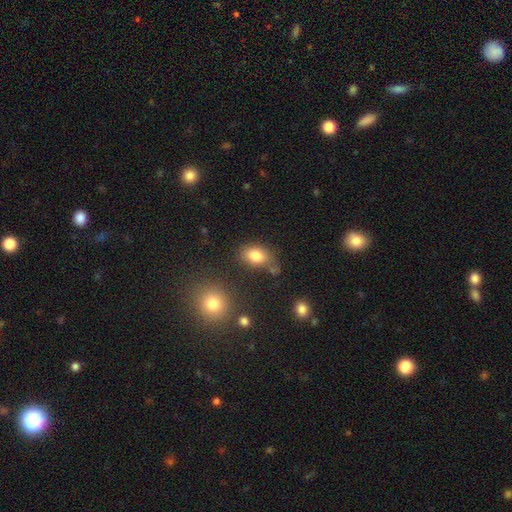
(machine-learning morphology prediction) smooth-or-featured: smooth: 83% | star or artifact: 9% | featured or disk: 8%
  how-rounded: in between: 82% | round: 16% | cigar-shaped: 2%
  merging: none: 66% | minor disturbance: 19% | merger: 9% | major disturbance: 6%